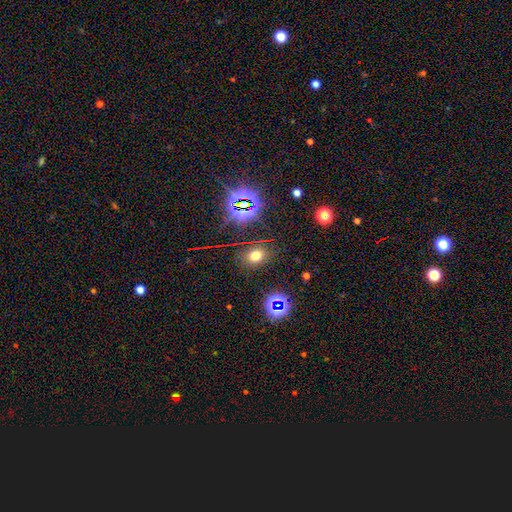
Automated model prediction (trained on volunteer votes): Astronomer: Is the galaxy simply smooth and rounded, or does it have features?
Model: smooth — 60%.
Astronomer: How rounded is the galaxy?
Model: in between — 57% (runner-up: round, 41%).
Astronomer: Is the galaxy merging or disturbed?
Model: none — 83%.